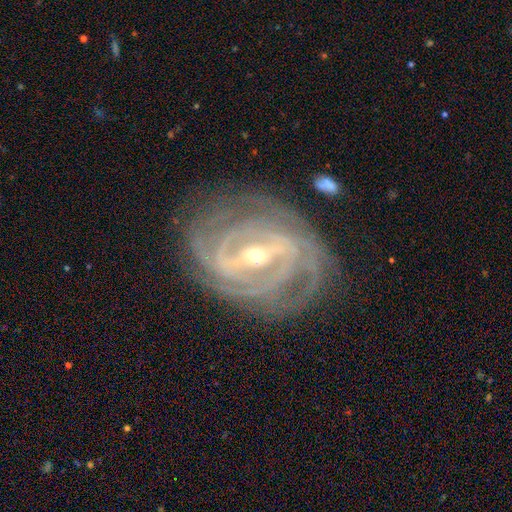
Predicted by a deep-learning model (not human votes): Morphology: type=featured or disk (92%); edge-on=no (96%); bar=strong (68%); spiral arms=yes (97%); winding=tight (75%); arm count=4 (27%); bulge=small (55%); merging=none (79%).